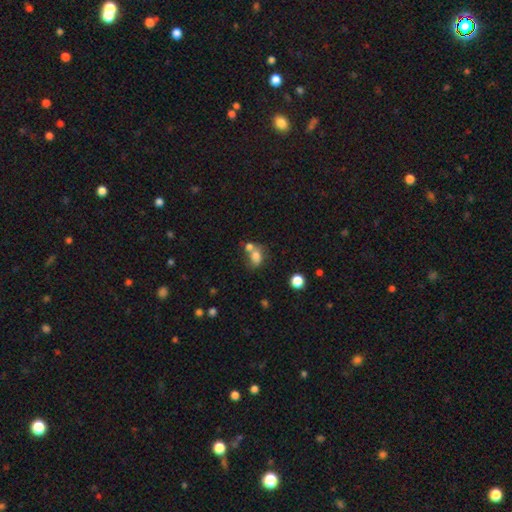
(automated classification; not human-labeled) smooth_or_featured: smooth (p=0.74) [alt: featured or disk p=0.13]
how_rounded: in between (p=0.65) [alt: round p=0.33]
merging: merger (p=0.47) [alt: none p=0.34]